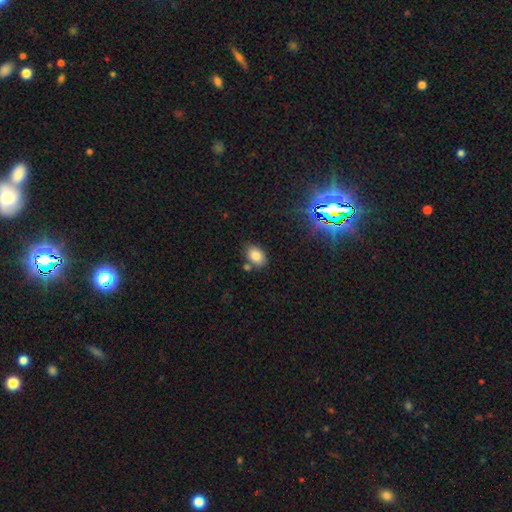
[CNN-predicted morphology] Overall: smooth (81%). How rounded: in between (81%). Merging: none (74%).